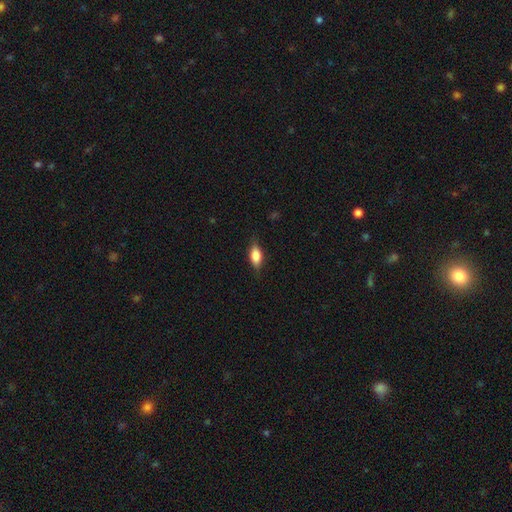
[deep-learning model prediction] Smooth or featured? Predicted: smooth (p=0.73). How rounded? Predicted: in between (p=0.81). Merging? Predicted: none (p=0.77).